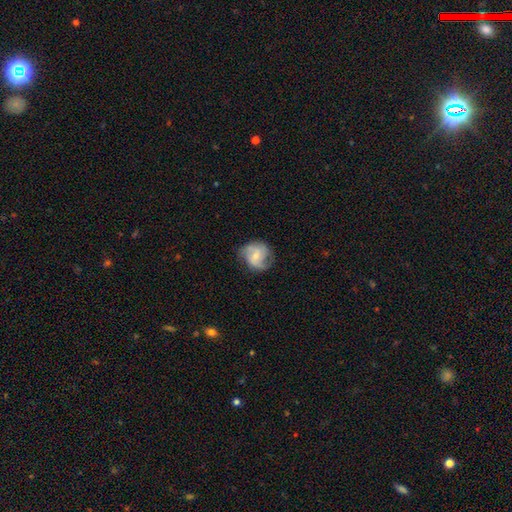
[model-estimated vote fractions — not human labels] The model was most divided on "bar": no: 47%, weak: 43%, strong: 10%. Remaining: edge-on disk — no (98%); spiral arms — yes (93%); merging — none (70%); smooth or featured — featured or disk (70%); spiral arm count — 2 (58%); bulge size — small (58%); spiral winding — medium (48%).